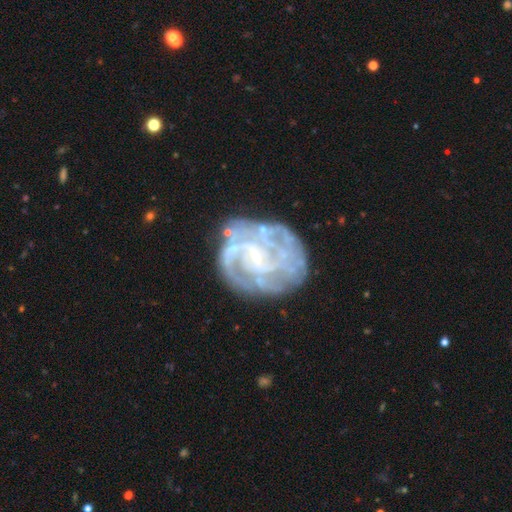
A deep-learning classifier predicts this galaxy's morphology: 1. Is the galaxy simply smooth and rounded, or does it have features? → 86% featured or disk, 8% smooth, 6% star or artifact.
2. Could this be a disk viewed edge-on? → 98% no, 2% yes.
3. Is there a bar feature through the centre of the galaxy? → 44% no, 43% weak, 13% strong.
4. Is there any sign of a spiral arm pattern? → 92% yes, 8% no.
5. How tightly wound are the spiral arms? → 54% tight, 35% medium, 11% loose.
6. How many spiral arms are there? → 33% can't tell, 24% 2, 18% 3, 11% 4, 7% 1, 7% more than 4.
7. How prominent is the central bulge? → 80% small, 10% moderate, 8% none, 1% large, 1% dominant.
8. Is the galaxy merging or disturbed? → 65% none, 19% minor disturbance, 12% major disturbance, 3% merger.